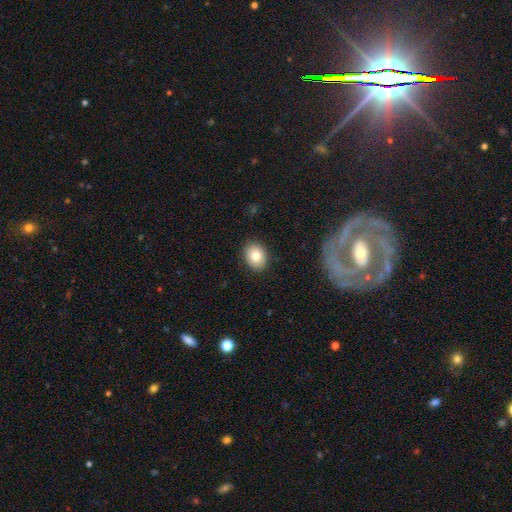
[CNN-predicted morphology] Smooth or featured? smooth (81%)
How rounded? in between (50%)
Merging? none (89%)